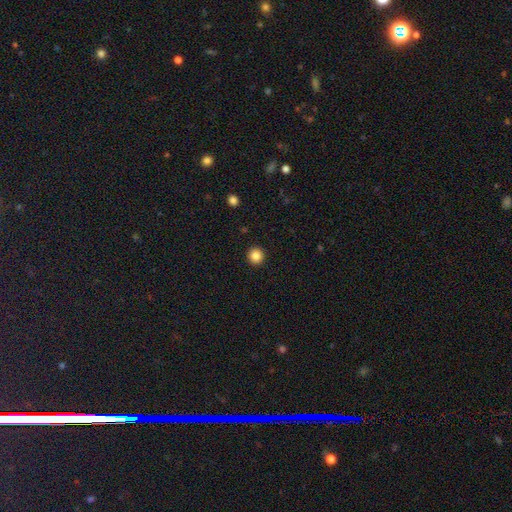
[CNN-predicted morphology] smooth-or-featured: smooth: 86% | star or artifact: 11% | featured or disk: 4%
  how-rounded: round: 95% | in between: 4% | cigar-shaped: 1%
  merging: none: 94% | minor disturbance: 4% | major disturbance: 2% | merger: 1%